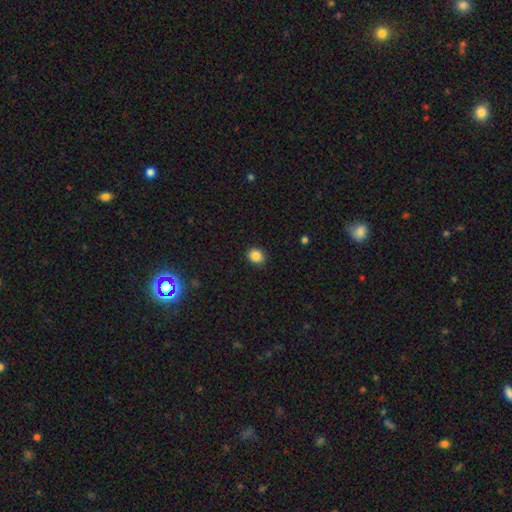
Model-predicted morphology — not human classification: This is clearly a smooth galaxy (86%). How rounded: likely round (74%). Merging: clearly none (89%).